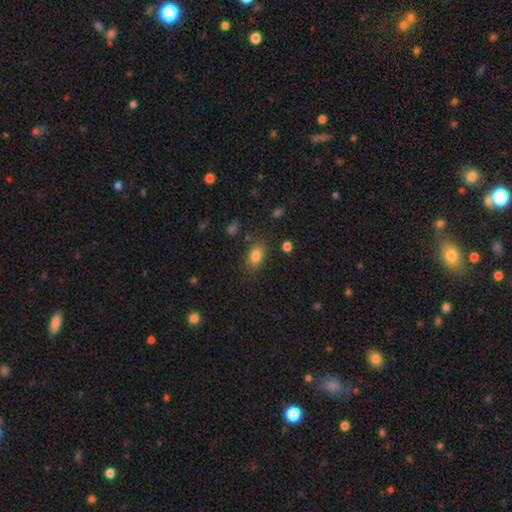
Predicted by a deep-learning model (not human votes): Smooth or featured?
  - smooth: 84% *
  - star or artifact: 10%
  - featured or disk: 7%
How rounded?
  - in between: 84% *
  - round: 14%
  - cigar-shaped: 2%
Merging?
  - none: 80% *
  - minor disturbance: 13%
  - major disturbance: 4%
  - merger: 3%